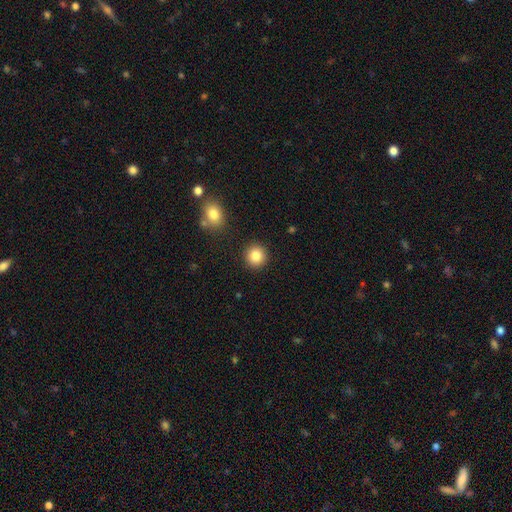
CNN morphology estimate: smooth 85%, star or artifact 9%, featured or disk 6%. Down the decision tree: how rounded — round (92%); merging — none (90%).